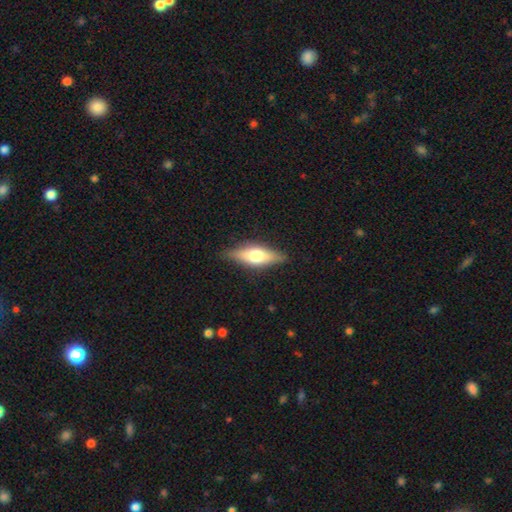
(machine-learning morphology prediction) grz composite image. It shows a smooth galaxy with no disk features (51%) that is in between round and cigar-shaped (54%). Merging: none (84%).